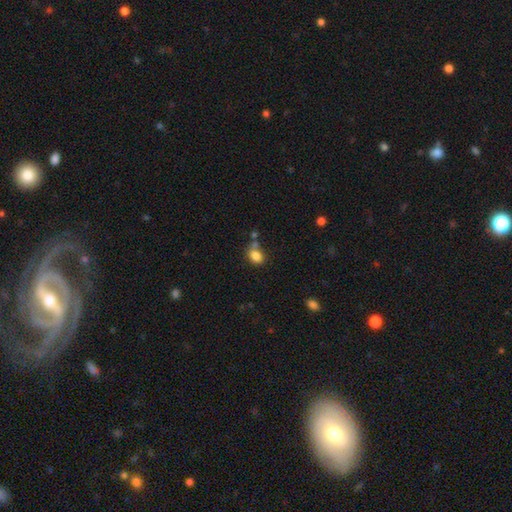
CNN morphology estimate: smooth-or-featured: smooth: 83% | star or artifact: 10% | featured or disk: 7%
  how-rounded: in between: 67% | round: 32% | cigar-shaped: 1%
  merging: none: 57% | merger: 19% | minor disturbance: 18% | major disturbance: 6%